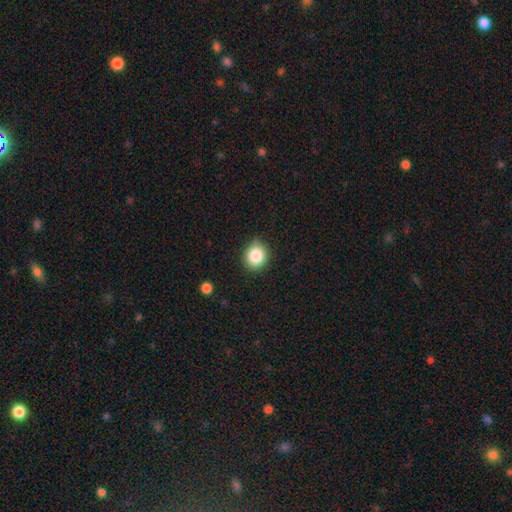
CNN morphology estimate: smooth 85%, star or artifact 10%, featured or disk 5%. Down the decision tree: how rounded — round (79%); merging — none (83%).